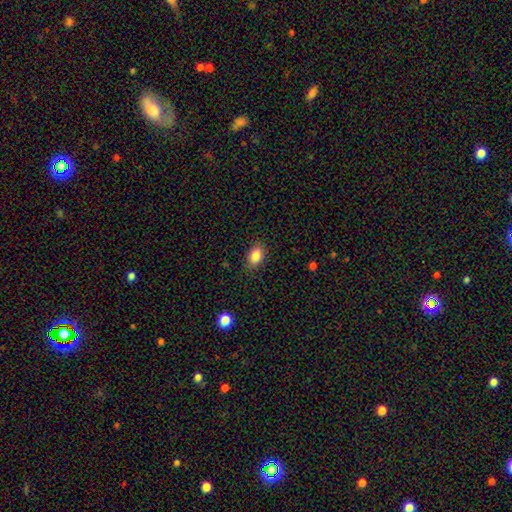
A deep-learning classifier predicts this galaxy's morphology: A smooth galaxy with no disk features (86%) that is in between round and cigar-shaped (83%). Merging: none (86%).